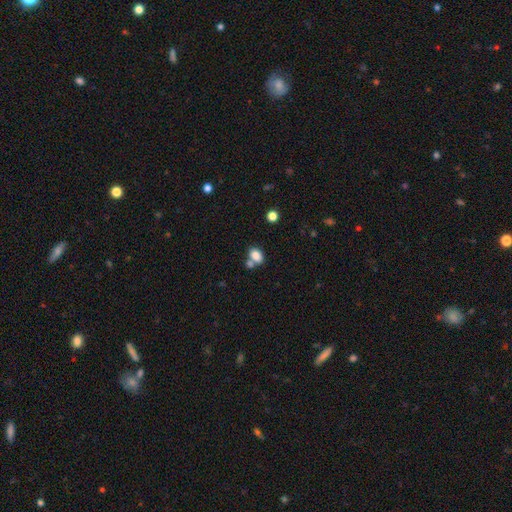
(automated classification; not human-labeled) smooth 83%, star or artifact 10%, featured or disk 8%. Down the decision tree: how rounded — in between (81%); merging — none (48%).